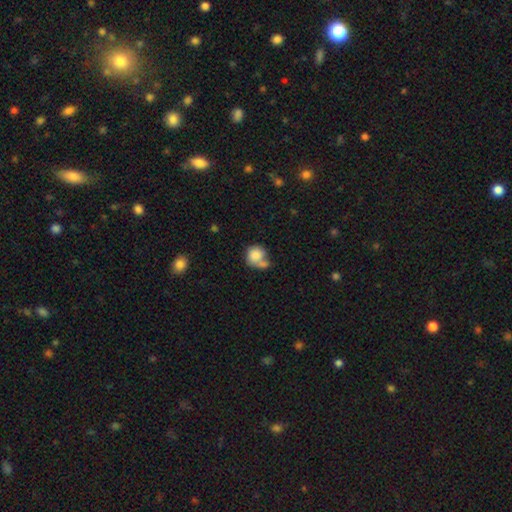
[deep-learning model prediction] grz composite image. It shows a smooth galaxy with no disk features (81%) that is round (78%). Merging: merger (40%).